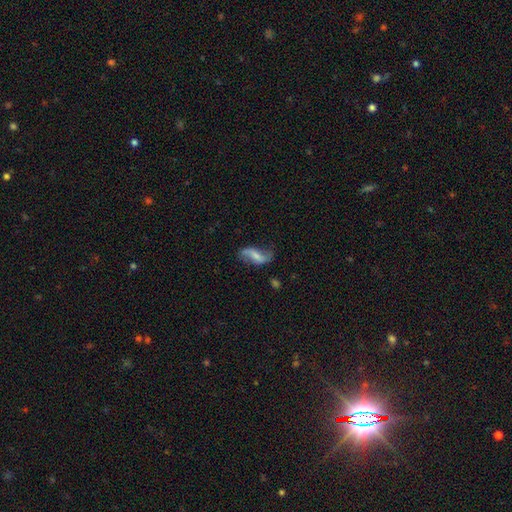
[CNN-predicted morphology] Smooth or featured? Predicted: featured or disk (p=0.64). Edge-on disk? Predicted: no (p=0.93). Bar? Predicted: weak (p=0.39). Spiral arms? Predicted: yes (p=0.87). Spiral winding? Predicted: loose (p=0.83). Spiral arm count? Predicted: 2 (p=0.89). Bulge size? Predicted: small (p=0.42). Merging? Predicted: none (p=0.62).